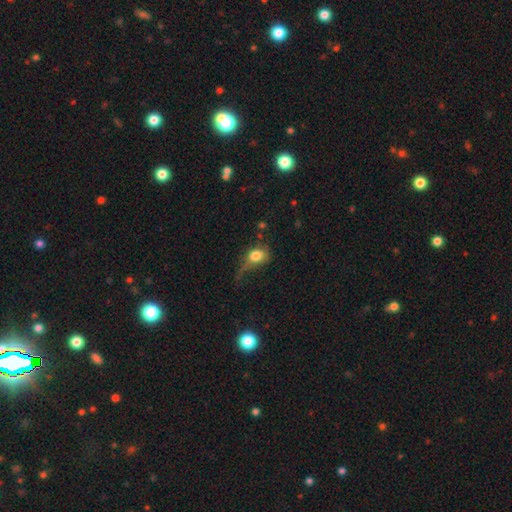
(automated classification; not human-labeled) Q: Smooth or featured?
A: smooth (73%); runner-up: featured or disk (17%)
Q: How rounded?
A: in between (55%); runner-up: round (42%)
Q: Merging?
A: major disturbance (41%); runner-up: none (27%)